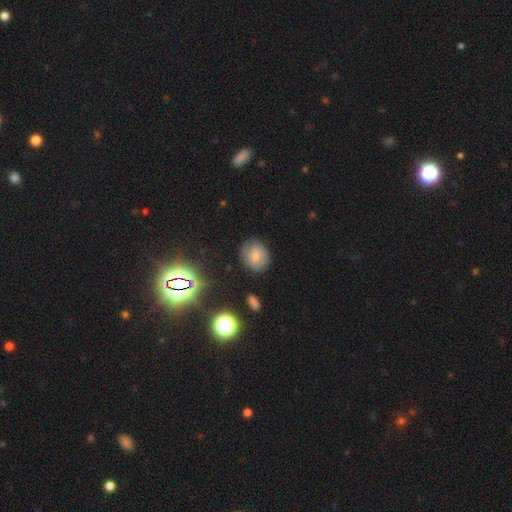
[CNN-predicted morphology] This appears to be a smooth galaxy with no disk features (55%) that is round (70%). Merging: none (78%).